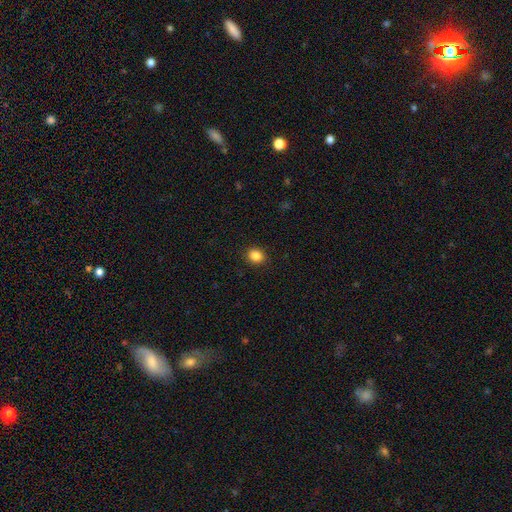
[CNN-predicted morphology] smooth-or-featured: smooth: 86% | star or artifact: 10% | featured or disk: 3%
  how-rounded: round: 65% | in between: 34% | cigar-shaped: 1%
  merging: none: 91% | minor disturbance: 6% | major disturbance: 2% | merger: 1%